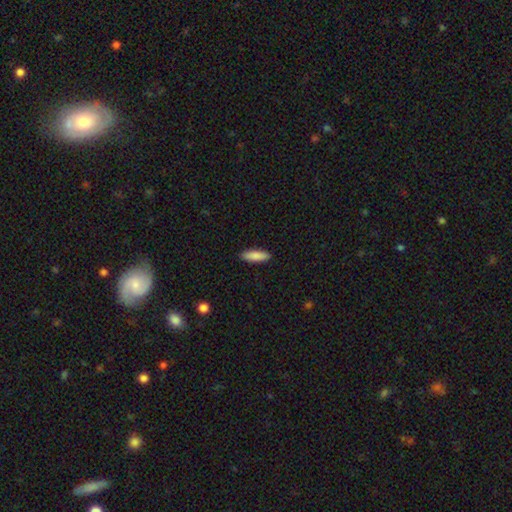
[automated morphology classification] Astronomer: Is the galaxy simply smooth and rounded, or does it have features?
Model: smooth — 87%.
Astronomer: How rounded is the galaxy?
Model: cigar-shaped — 56% (runner-up: in between, 43%).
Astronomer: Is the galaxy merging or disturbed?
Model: none — 90%.